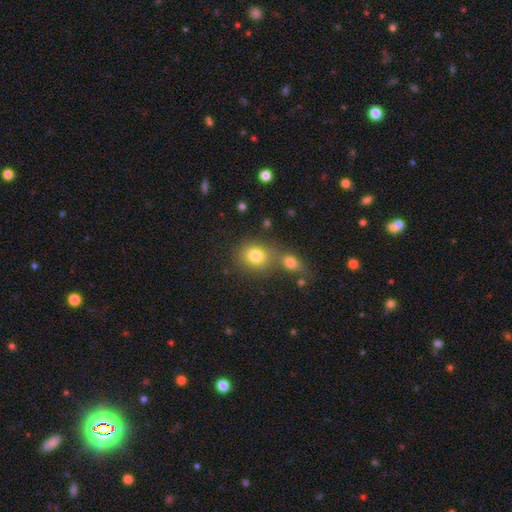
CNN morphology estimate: The model was most divided on "merging": none: 56%, merger: 31%, minor disturbance: 10%, major disturbance: 4%. More confident: smooth or featured — smooth (80%); how rounded — round (65%).